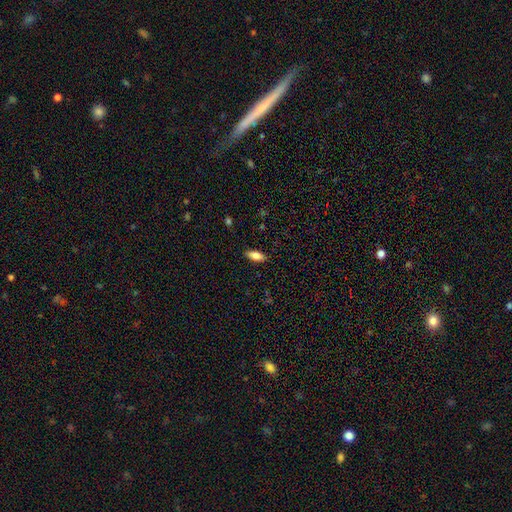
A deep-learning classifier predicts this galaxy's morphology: smooth 78%, featured or disk 15%, star or artifact 7%. Down the decision tree: how rounded — in between (80%); merging — none (87%).